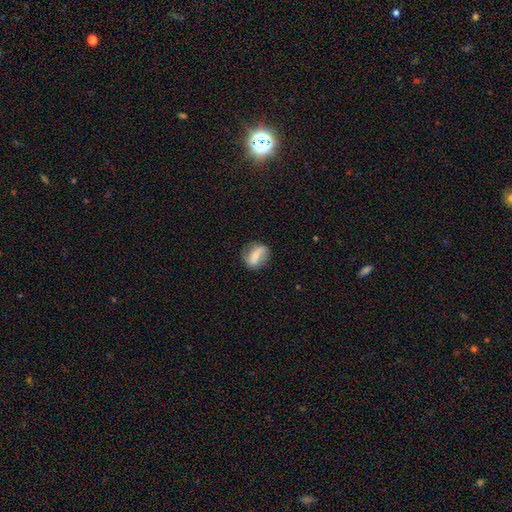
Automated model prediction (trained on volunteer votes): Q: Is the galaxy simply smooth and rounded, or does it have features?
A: featured or disk — 47%.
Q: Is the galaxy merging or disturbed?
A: none — 68%.